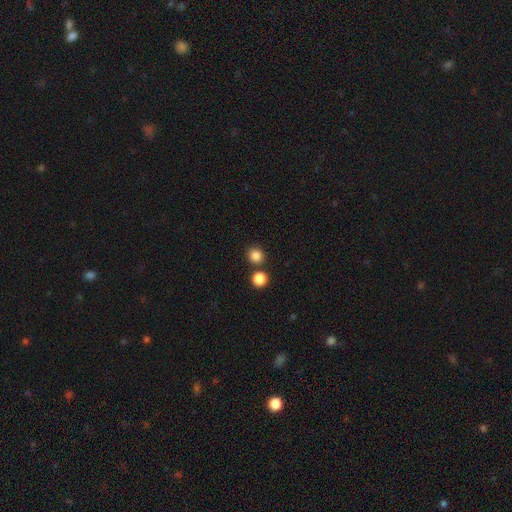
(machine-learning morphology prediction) The model was most divided on "merging": none: 79%, merger: 12%, minor disturbance: 7%, major disturbance: 2%. More confident: how rounded — round (88%); smooth or featured — smooth (84%).